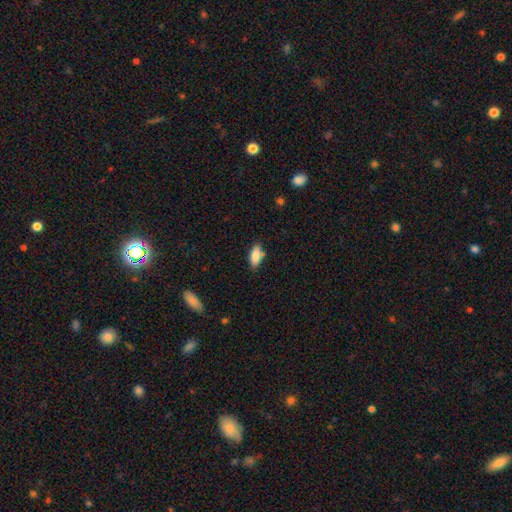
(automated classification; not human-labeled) Q: Smooth or featured?
A: smooth (85%); runner-up: featured or disk (8%)
Q: How rounded?
A: in between (80%); runner-up: cigar-shaped (18%)
Q: Merging?
A: none (78%); runner-up: minor disturbance (15%)